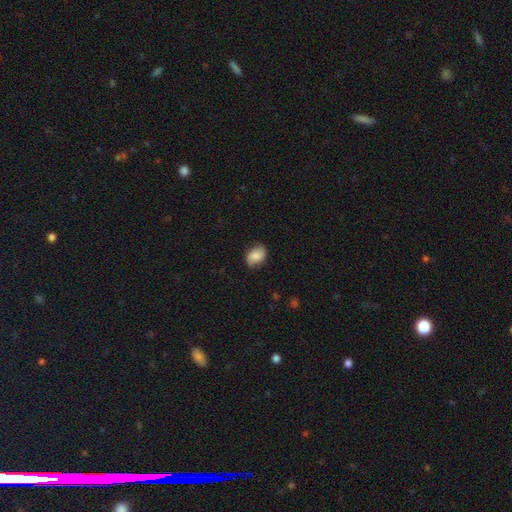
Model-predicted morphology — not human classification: type=smooth (76%); roundness=in between (78%); merging=none (79%).